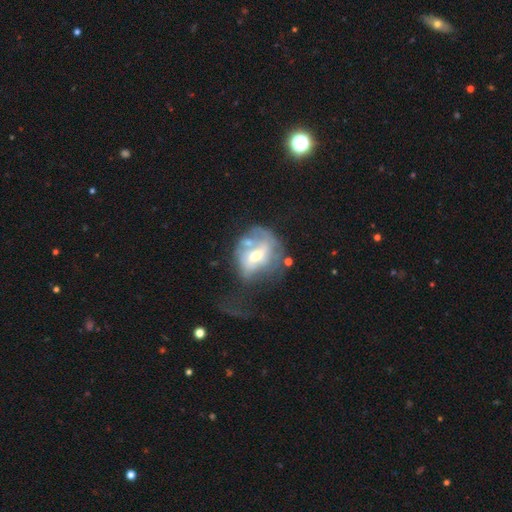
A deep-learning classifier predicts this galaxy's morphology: Smooth or featured?
  - featured or disk: 62% *
  - smooth: 28%
  - star or artifact: 10%
Edge-on disk?
  - no: 96% *
  - yes: 4%
Bar?
  - no: 50% *
  - weak: 37%
  - strong: 13%
Spiral arms?
  - no: 59% *
  - yes: 41%
Bulge size?
  - moderate: 60% *
  - small: 28%
  - large: 8%
  - none: 3%
  - dominant: 1%
Merging?
  - major disturbance: 40% *
  - none: 26%
  - minor disturbance: 20%
  - merger: 14%